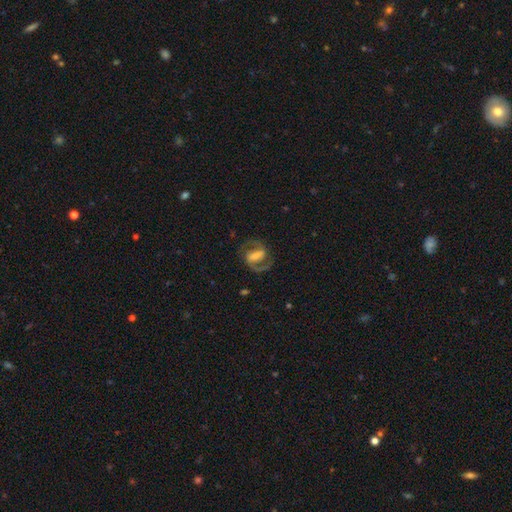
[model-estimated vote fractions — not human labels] Smooth or featured?
  - featured or disk: 75% *
  - smooth: 18%
  - star or artifact: 7%
Edge-on disk?
  - no: 96% *
  - yes: 4%
Bar?
  - strong: 55% *
  - weak: 32%
  - no: 13%
Spiral arms?
  - yes: 87% *
  - no: 13%
Spiral winding?
  - medium: 57% *
  - tight: 24%
  - loose: 19%
Spiral arm count?
  - 2: 87% *
  - can't tell: 5%
  - 1: 5%
  - 3: 1%
  - 4: 1%
  - more than 4: 1%
Bulge size?
  - moderate: 32% *
  - small: 27%
  - large: 23%
  - none: 15%
  - dominant: 3%
Merging?
  - none: 72% *
  - minor disturbance: 14%
  - major disturbance: 13%
  - merger: 2%